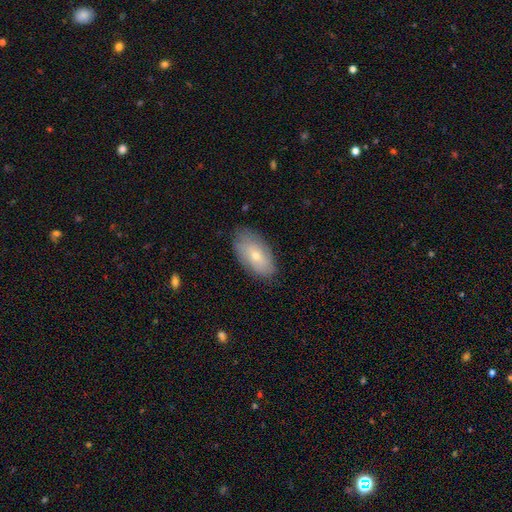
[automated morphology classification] smooth_or_featured: smooth (p=0.57) [alt: featured or disk p=0.35]
how_rounded: in between (p=0.92) [alt: round p=0.04]
merging: none (p=0.80) [alt: minor disturbance p=0.16]